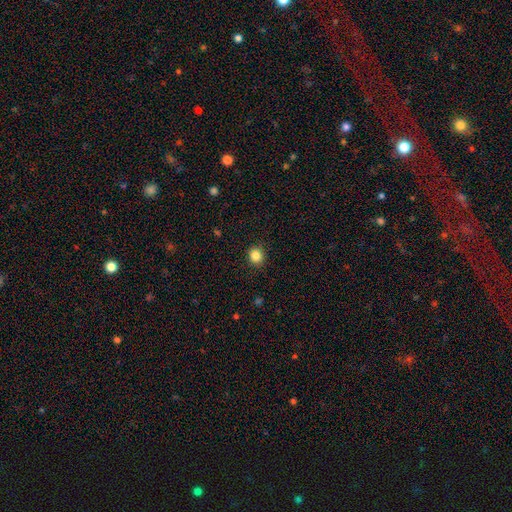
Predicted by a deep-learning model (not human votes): This is clearly a smooth galaxy (85%). How rounded: clearly round (84%). Merging: clearly none (90%).